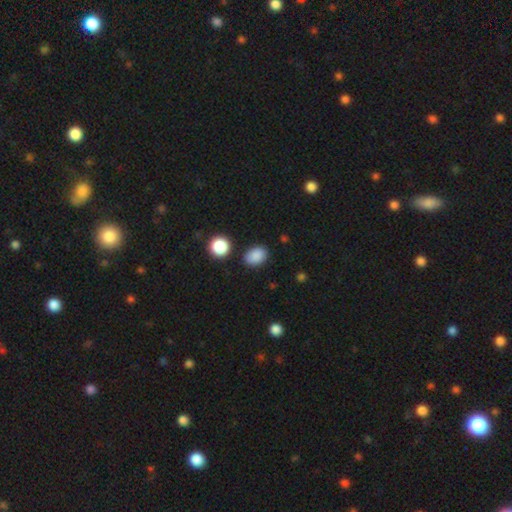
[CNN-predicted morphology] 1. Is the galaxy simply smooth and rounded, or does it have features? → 87% smooth, 9% star or artifact, 4% featured or disk.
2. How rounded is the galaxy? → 72% in between, 27% round, 1% cigar-shaped.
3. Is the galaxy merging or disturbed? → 84% none, 10% minor disturbance, 3% merger, 3% major disturbance.